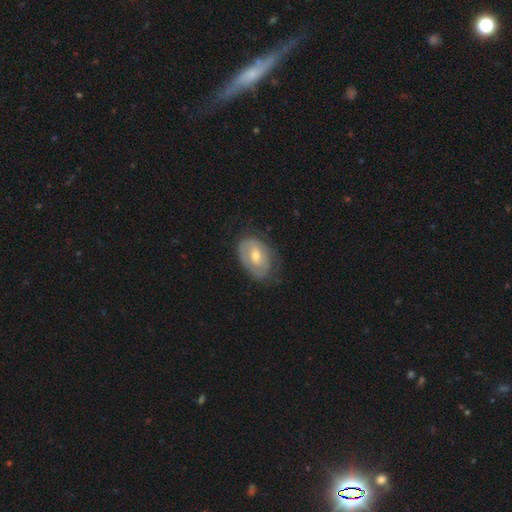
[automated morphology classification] Smooth or featured: featured or disk — 55% (smooth — 38%)
Edge-on disk: no — 94% (yes — 6%)
Bar: no — 50% (weak — 37%)
Spiral arms: yes — 56% (no — 44%)
Bulge size: moderate — 63% (small — 32%)
Merging: none — 60% (minor disturbance — 28%)